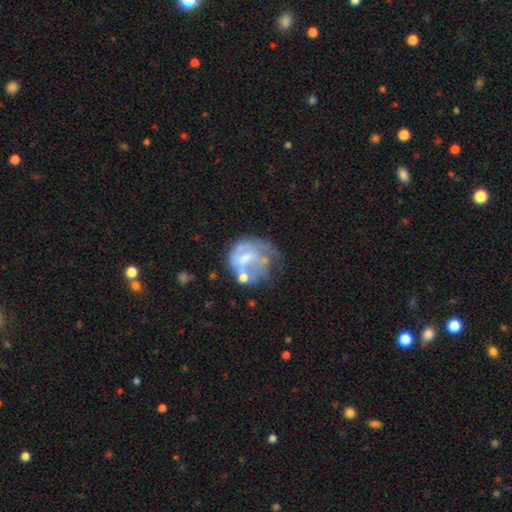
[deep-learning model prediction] Smooth or featured? featured or disk (55%)
Edge-on disk? no (97%)
Bar? no (62%)
Spiral arms? no (70%)
Bulge size? moderate (33%)
Merging? major disturbance (33%)